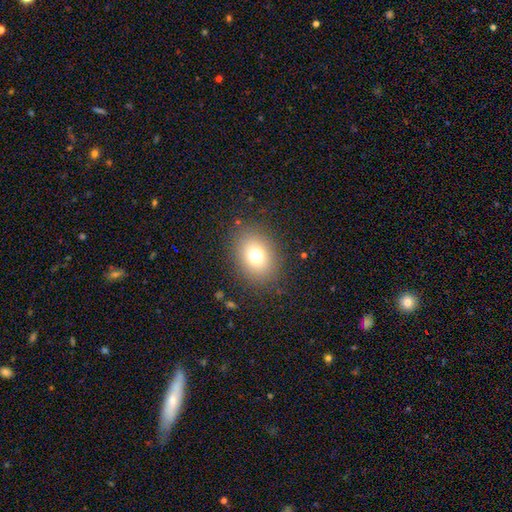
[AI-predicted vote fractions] Smooth or featured? smooth (73%)
How rounded? in between (54%)
Merging? none (85%)